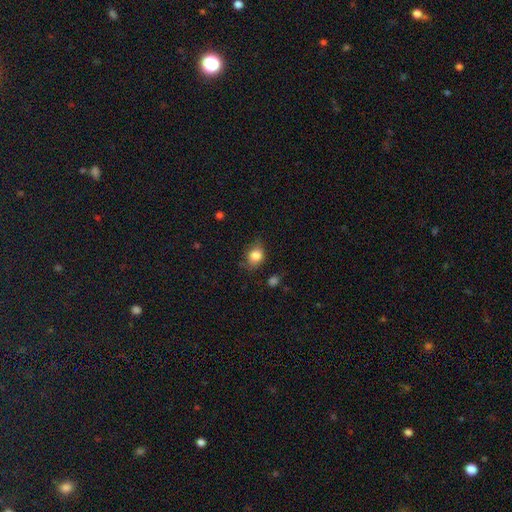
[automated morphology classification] Smooth or featured?
  - smooth: 81% *
  - star or artifact: 9%
  - featured or disk: 9%
How rounded?
  - round: 50% *
  - in between: 48%
  - cigar-shaped: 1%
Merging?
  - none: 67% *
  - minor disturbance: 25%
  - major disturbance: 6%
  - merger: 2%